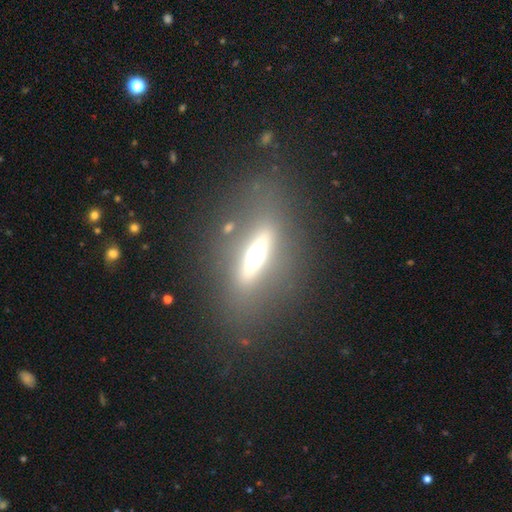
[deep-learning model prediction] smooth-or-featured: featured or disk: 64% | smooth: 23% | star or artifact: 12%
  disk-edge-on: yes: 84% | no: 16%
    edge-on-bulge: rounded: 91% | boxy: 6% | none: 2%
  merging: none: 78% | minor disturbance: 10% | major disturbance: 9% | merger: 3%